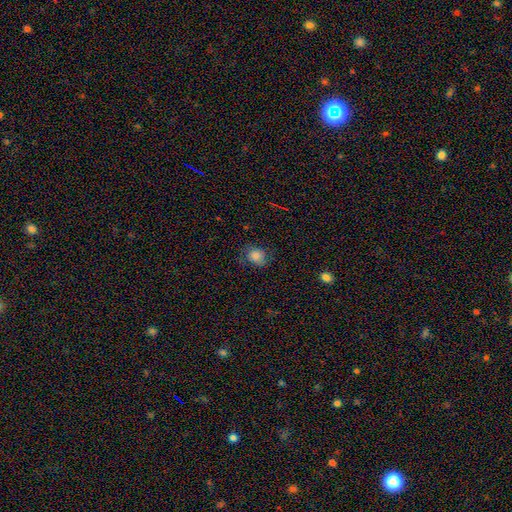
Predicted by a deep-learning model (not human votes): A smooth galaxy with no disk features (74%) that is round (55%).

Vote fractions:
- Smooth or featured? smooth: 74% / star or artifact: 13% / featured or disk: 13%
- How rounded? round: 55% / in between: 44% / cigar-shaped: 1%
- Merging? none: 68% / minor disturbance: 22% / major disturbance: 9% / merger: 1%